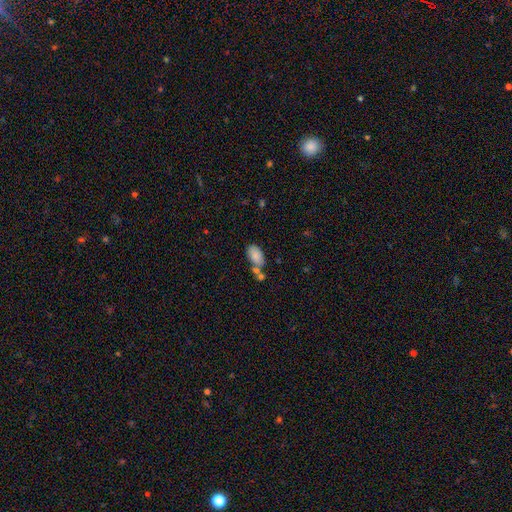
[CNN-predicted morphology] smooth-or-featured: smooth: 83% | featured or disk: 9% | star or artifact: 8%
  how-rounded: in between: 93% | round: 5% | cigar-shaped: 2%
  merging: none: 51% | merger: 25% | minor disturbance: 17% | major disturbance: 6%